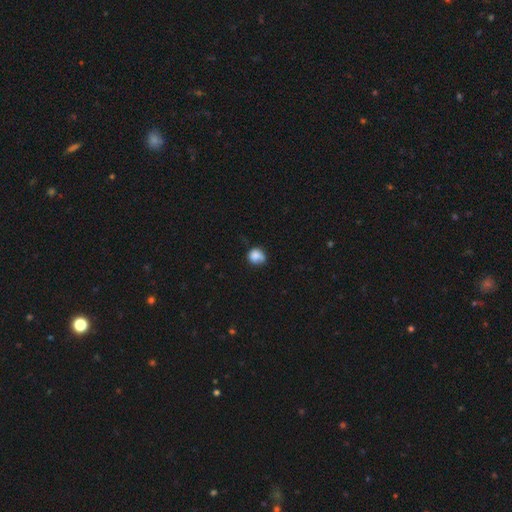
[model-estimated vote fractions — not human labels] This is clearly a smooth galaxy (82%). How rounded: likely round (77%). Merging: possibly none (52%).